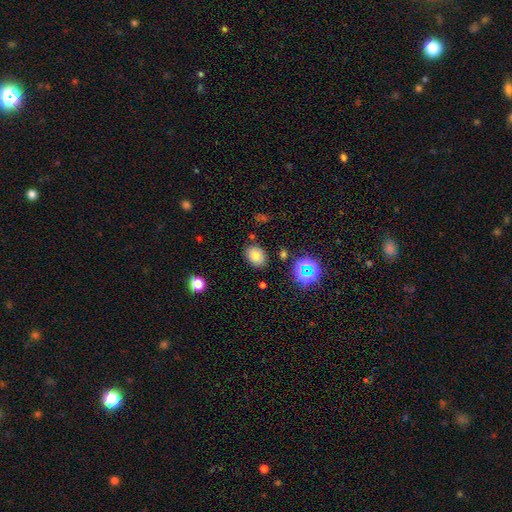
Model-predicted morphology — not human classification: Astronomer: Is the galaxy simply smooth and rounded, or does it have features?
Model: smooth — 72%.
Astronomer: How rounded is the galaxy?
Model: in between — 59% (runner-up: round, 40%).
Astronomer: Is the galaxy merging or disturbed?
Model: none — 82%.